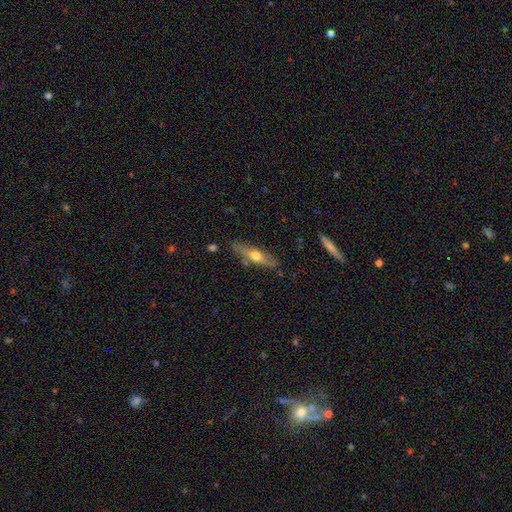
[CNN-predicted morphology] A smooth galaxy with no disk features (48%).

Vote fractions:
- Smooth or featured? smooth: 48% / featured or disk: 46% / star or artifact: 6%
- Merging? none: 81% / minor disturbance: 13% / merger: 3% / major disturbance: 3%